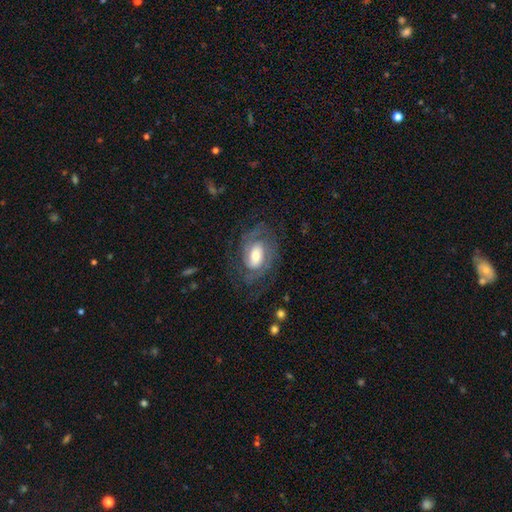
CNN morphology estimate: Smooth or featured: featured or disk — 76% (smooth — 18%)
Edge-on disk: no — 96% (yes — 4%)
Bar: no — 49% (weak — 38%)
Spiral arms: yes — 89% (no — 11%)
Spiral winding: tight — 51% (medium — 37%)
Spiral arm count: 2 — 43% (can't tell — 28%)
Bulge size: moderate — 50% (large — 28%)
Merging: none — 65% (minor disturbance — 18%)